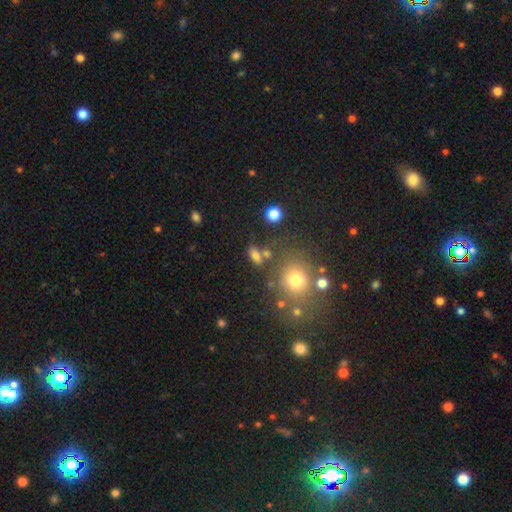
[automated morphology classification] This appears to be a smooth galaxy with no disk features (73%) that is in between round and cigar-shaped (72%). Merging: none (66%).